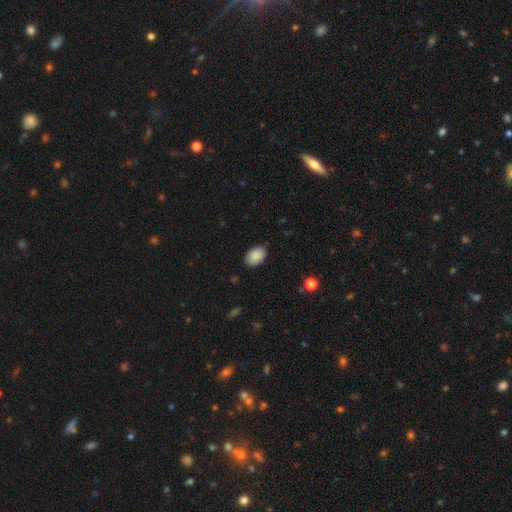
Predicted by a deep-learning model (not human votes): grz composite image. It shows a smooth galaxy with no disk features (89%) that is in between round and cigar-shaped (85%). Merging: none (84%).